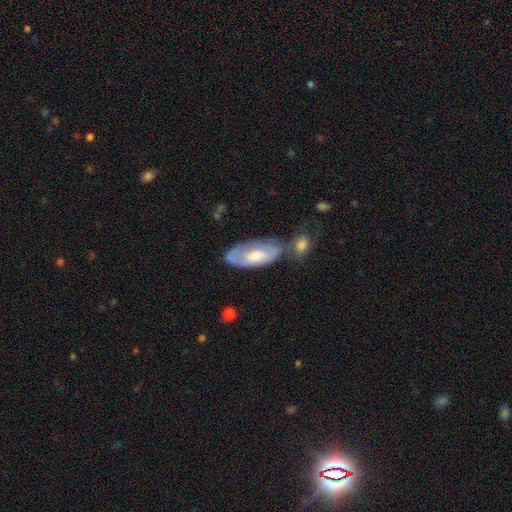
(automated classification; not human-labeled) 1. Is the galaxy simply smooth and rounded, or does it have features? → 56% featured or disk, 38% smooth, 6% star or artifact.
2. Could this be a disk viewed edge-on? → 88% no, 12% yes.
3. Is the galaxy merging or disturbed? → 45% none, 25% merger, 21% minor disturbance, 9% major disturbance.